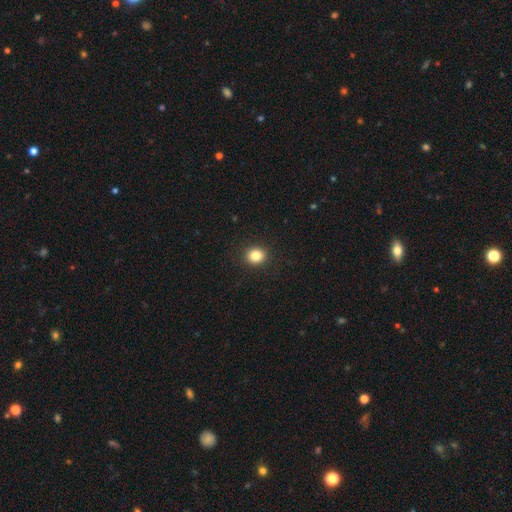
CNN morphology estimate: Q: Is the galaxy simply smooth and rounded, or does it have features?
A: smooth — 84%.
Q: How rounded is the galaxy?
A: round — 78%.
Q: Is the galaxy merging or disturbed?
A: none — 91%.